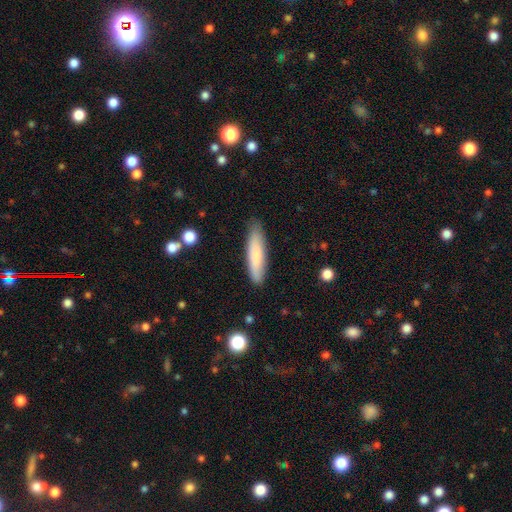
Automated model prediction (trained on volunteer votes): This is likely a smooth galaxy (78%). How rounded: likely cigar-shaped (78%). Merging: clearly none (84%).